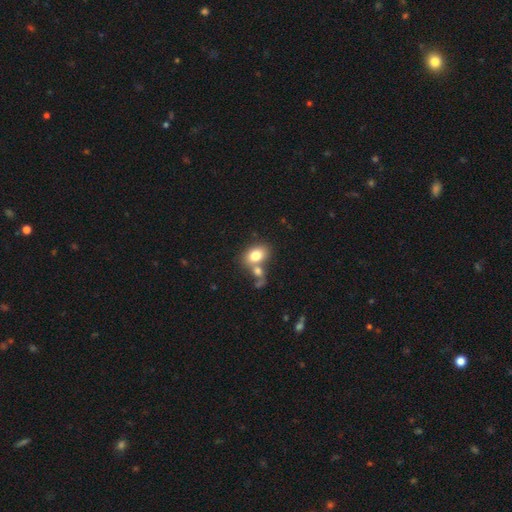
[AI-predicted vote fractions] A smooth galaxy with no disk features (78%) that is in between round and cigar-shaped (75%). Merging: merger (43%).